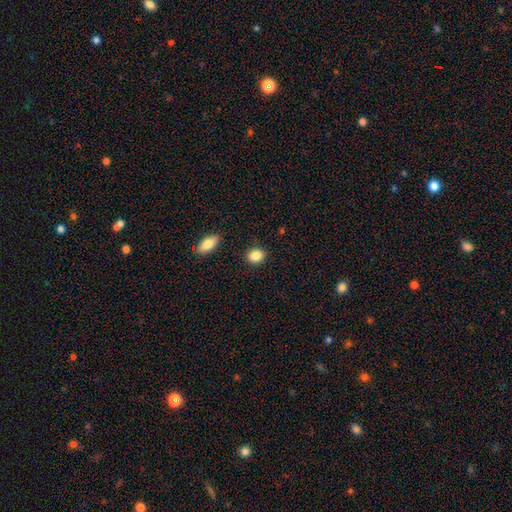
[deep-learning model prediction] Q: Smooth or featured?
A: smooth (86%); runner-up: star or artifact (9%)
Q: How rounded?
A: in between (50%); runner-up: round (49%)
Q: Merging?
A: none (88%); runner-up: minor disturbance (8%)